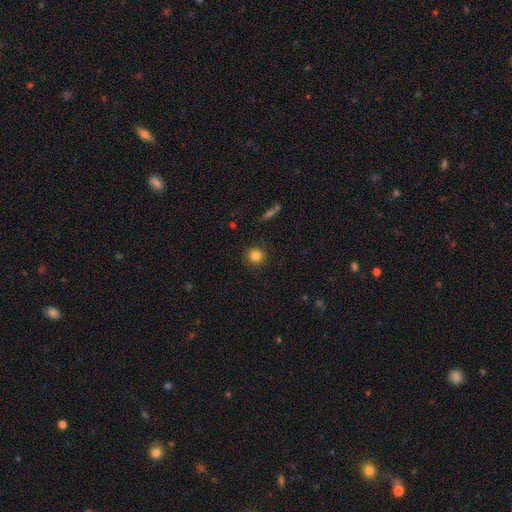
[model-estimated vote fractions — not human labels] smooth 83%, star or artifact 11%, featured or disk 5%. Down the decision tree: how rounded — round (93%); merging — none (90%).